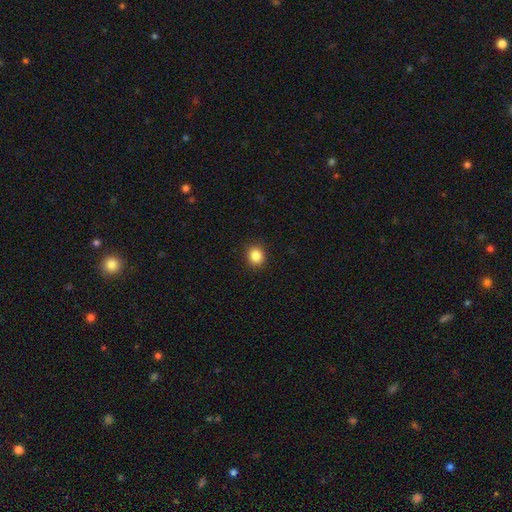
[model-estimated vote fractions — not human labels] smooth-or-featured: smooth: 86% | star or artifact: 10% | featured or disk: 4%
  how-rounded: round: 82% | in between: 17% | cigar-shaped: 1%
  merging: none: 91% | minor disturbance: 6% | major disturbance: 2% | merger: 1%